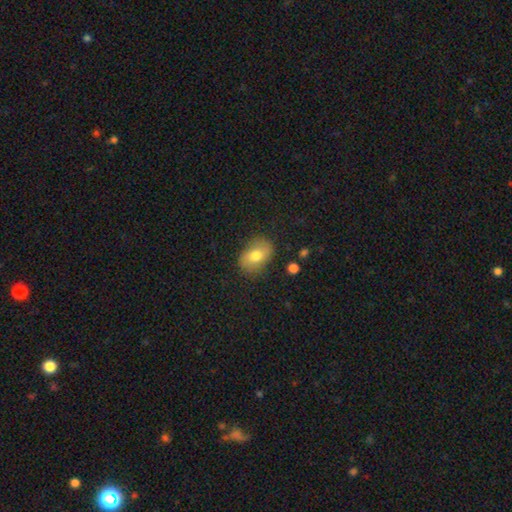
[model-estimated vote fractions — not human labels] smooth 72%, featured or disk 20%, star or artifact 9%. Down the decision tree: how rounded — in between (77%); merging — none (81%).